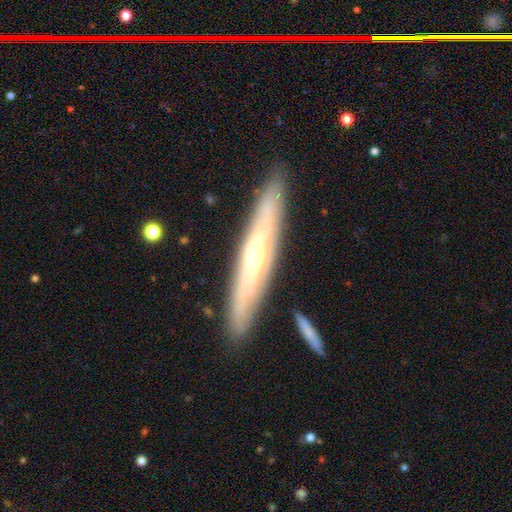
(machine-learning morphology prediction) This is likely a featured or disk galaxy (69%). It is likely viewed edge-on (72%). Merging: clearly none (86%).